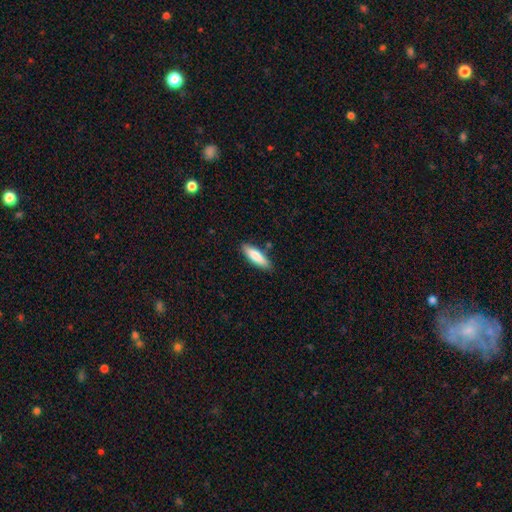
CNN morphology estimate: Smooth or featured: smooth — 82% (featured or disk — 12%)
How rounded: cigar-shaped — 53% (in between — 46%)
Merging: none — 84% (minor disturbance — 12%)